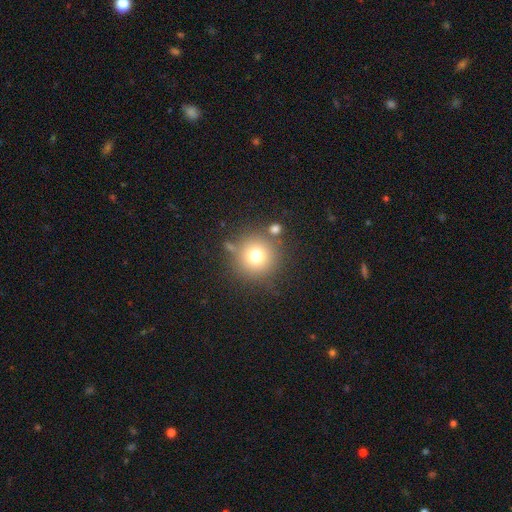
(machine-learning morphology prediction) smooth-or-featured: smooth: 74% | star or artifact: 14% | featured or disk: 12%
  how-rounded: round: 95% | in between: 4% | cigar-shaped: 1%
  merging: none: 76% | minor disturbance: 11% | merger: 8% | major disturbance: 5%